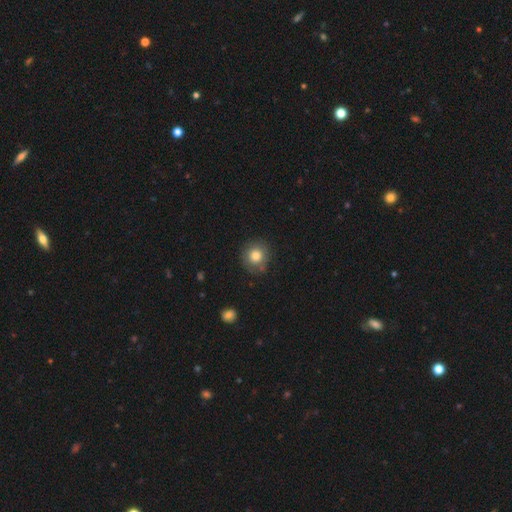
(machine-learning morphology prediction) smooth-or-featured: smooth: 80% | featured or disk: 10% | star or artifact: 10%
  how-rounded: round: 89% | in between: 10% | cigar-shaped: 1%
  merging: none: 80% | minor disturbance: 14% | major disturbance: 4% | merger: 2%